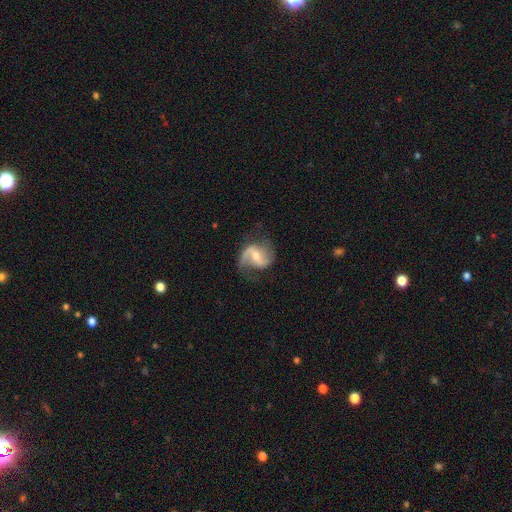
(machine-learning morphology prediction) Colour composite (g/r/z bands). It shows a featured or disk galaxy (84%) with a weak bar (48%), 2 (82%) loose (47%) spiral arms (95%) and a moderate central bulge (59%). Merging: none (67%).